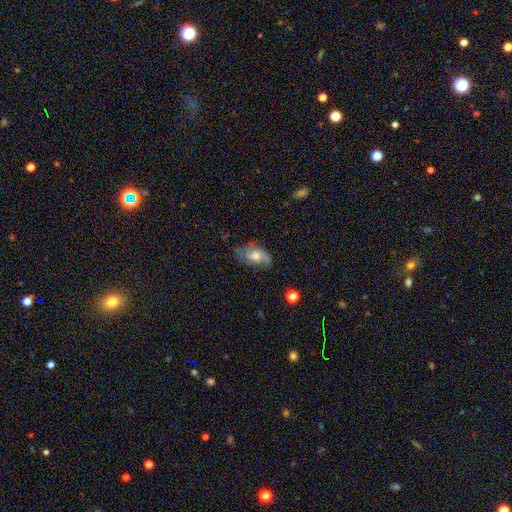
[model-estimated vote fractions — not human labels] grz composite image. It shows a featured or disk galaxy (50%). Merging: none (55%).